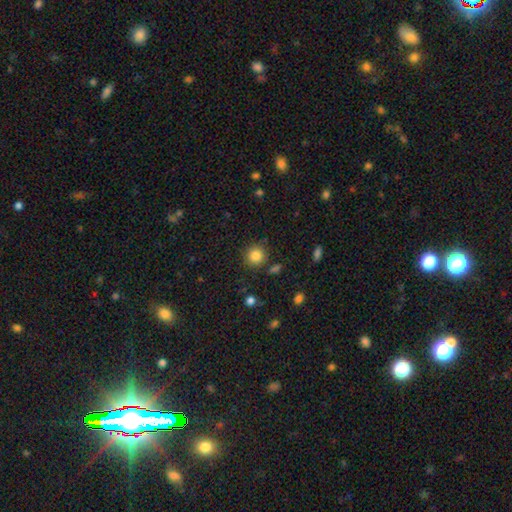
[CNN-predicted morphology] Smooth or featured: smooth — 84% (star or artifact — 11%)
How rounded: round — 91% (in between — 8%)
Merging: none — 85% (minor disturbance — 9%)